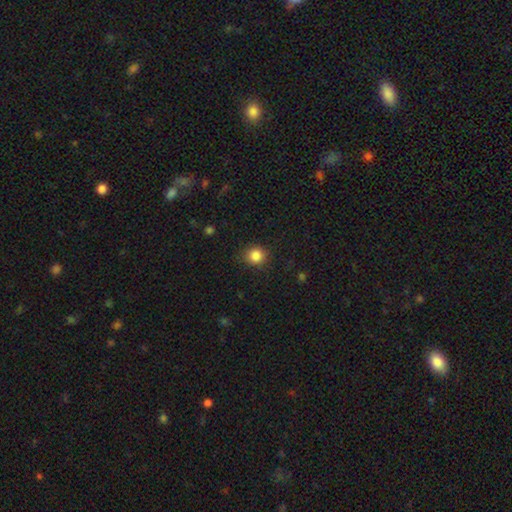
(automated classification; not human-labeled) Smooth or featured? smooth (86%)
How rounded? round (85%)
Merging? none (84%)